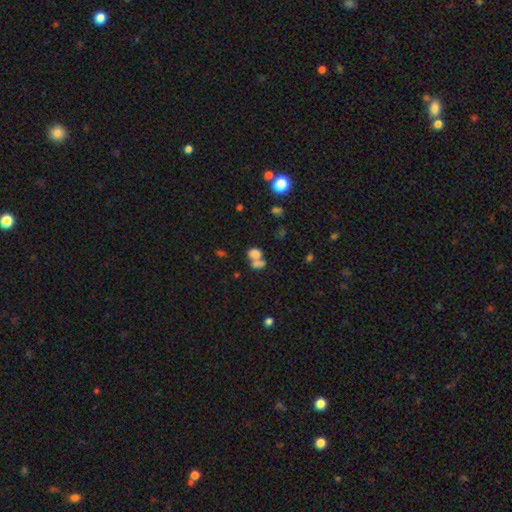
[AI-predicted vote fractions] This appears to be a smooth galaxy with no disk features (70%) that is in between round and cigar-shaped (62%). Merging: merger (62%).